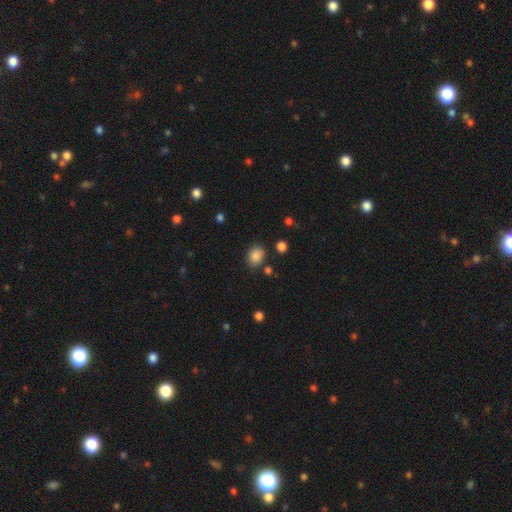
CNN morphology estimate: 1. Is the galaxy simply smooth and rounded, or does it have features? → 84% smooth, 11% star or artifact, 5% featured or disk.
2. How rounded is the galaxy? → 52% in between, 47% round, 1% cigar-shaped.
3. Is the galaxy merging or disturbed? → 79% none, 13% minor disturbance, 4% merger, 4% major disturbance.